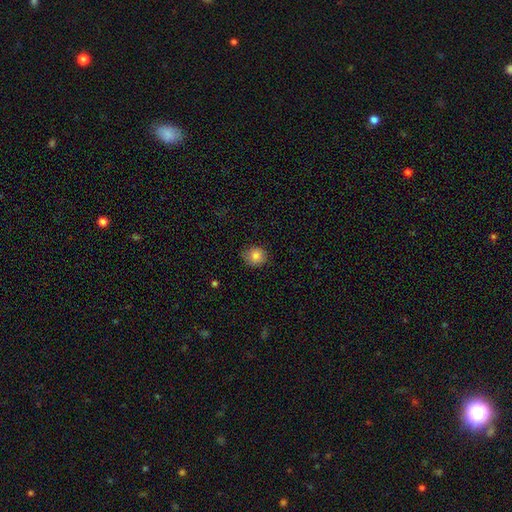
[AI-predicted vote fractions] The model was most divided on "how rounded": round: 83%, in between: 16%, cigar-shaped: 1%. More confident: smooth or featured — smooth (83%); merging — none (82%).